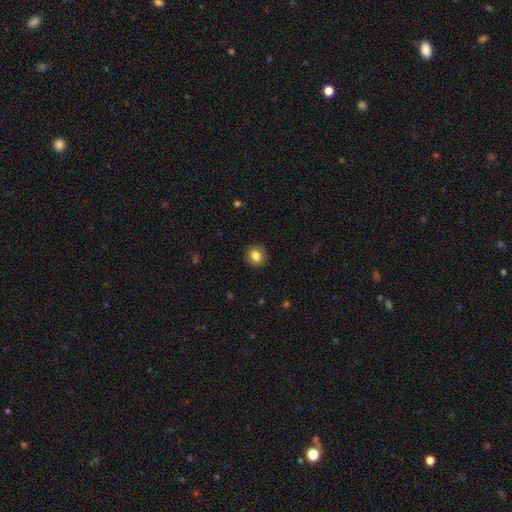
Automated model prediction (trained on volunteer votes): smooth-or-featured: smooth: 83% | star or artifact: 10% | featured or disk: 7%
  how-rounded: round: 68% | in between: 31% | cigar-shaped: 1%
  merging: none: 89% | minor disturbance: 8% | major disturbance: 2% | merger: 1%